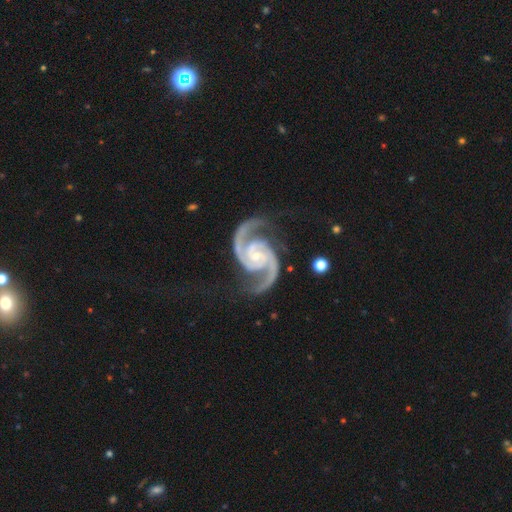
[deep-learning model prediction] This appears to be a featured or disk galaxy (95%) with no bar (57%), 2 (93%) medium (61%) spiral arms (99%) and a small central bulge (69%). Merging: none (75%).